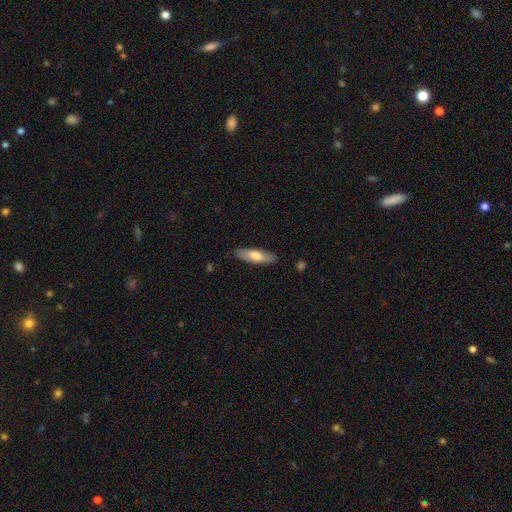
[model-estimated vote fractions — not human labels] This appears to be a smooth galaxy with no disk features (65%) that is in between round and cigar-shaped (52%). Merging: none (86%).